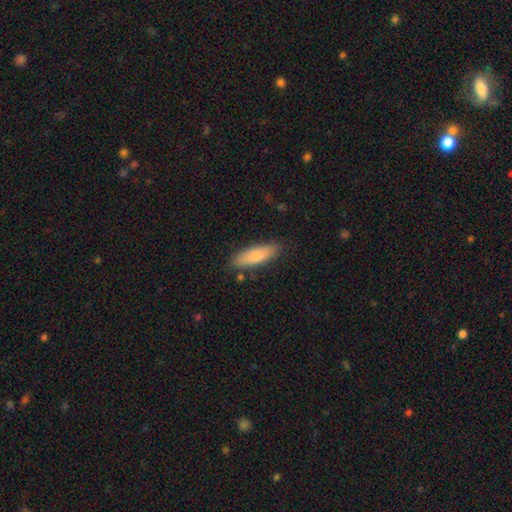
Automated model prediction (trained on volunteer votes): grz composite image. It shows a smooth galaxy with no disk features (82%) that is cigar-shaped (54%). Merging: none (85%).